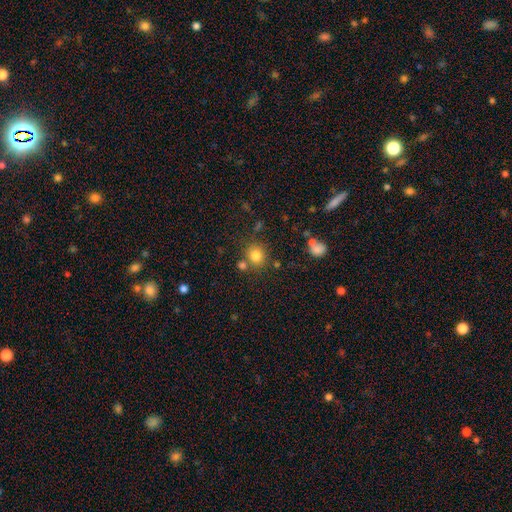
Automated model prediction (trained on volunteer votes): Smooth or featured?
  - smooth: 80% *
  - star or artifact: 13%
  - featured or disk: 7%
How rounded?
  - round: 84% *
  - in between: 15%
  - cigar-shaped: 1%
Merging?
  - none: 74% *
  - merger: 12%
  - minor disturbance: 10%
  - major disturbance: 4%